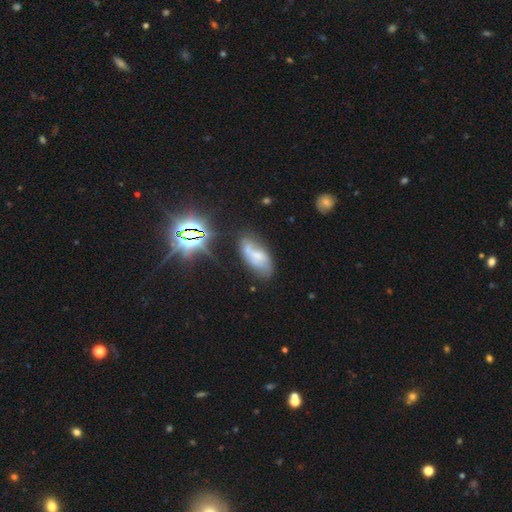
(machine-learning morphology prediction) type=featured or disk (47%); merging=none (51%).